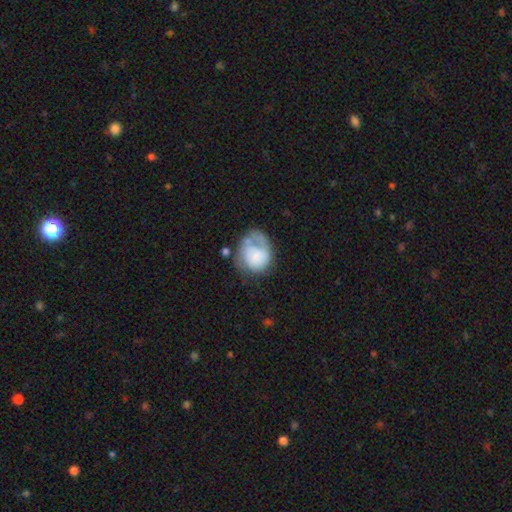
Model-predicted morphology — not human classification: smooth-or-featured: smooth: 55% | featured or disk: 38% | star or artifact: 7%
  how-rounded: round: 62% | in between: 38% | cigar-shaped: 1%
  merging: major disturbance: 34% | none: 30% | minor disturbance: 26% | merger: 11%